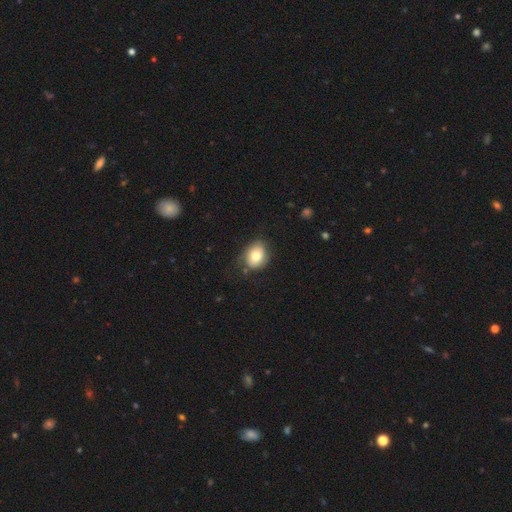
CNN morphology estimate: smooth_or_featured: smooth (p=0.77) [alt: featured or disk p=0.15]
how_rounded: in between (p=0.56) [alt: round p=0.43]
merging: none (p=0.71) [alt: minor disturbance p=0.22]